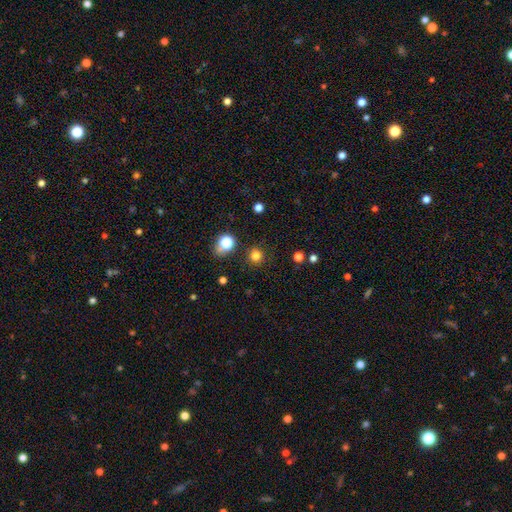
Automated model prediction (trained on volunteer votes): A smooth galaxy with no disk features (79%) that is round (93%).

Vote fractions:
- Smooth or featured? smooth: 79% / star or artifact: 16% / featured or disk: 5%
- How rounded? round: 93% / in between: 6% / cigar-shaped: 1%
- Merging? none: 88% / minor disturbance: 7% / merger: 3% / major disturbance: 3%